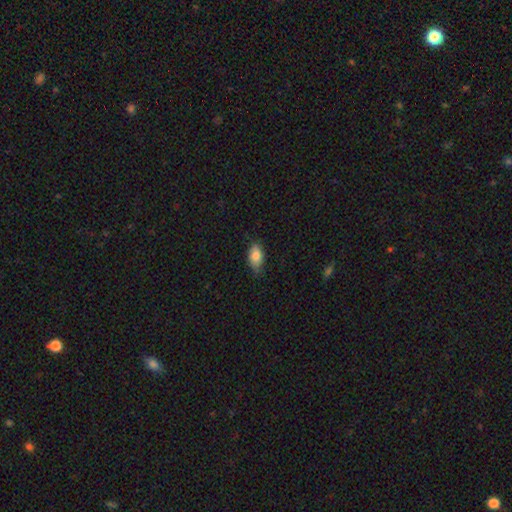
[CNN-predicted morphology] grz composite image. It shows a smooth galaxy with no disk features (83%) that is in between round and cigar-shaped (90%). Merging: none (75%).